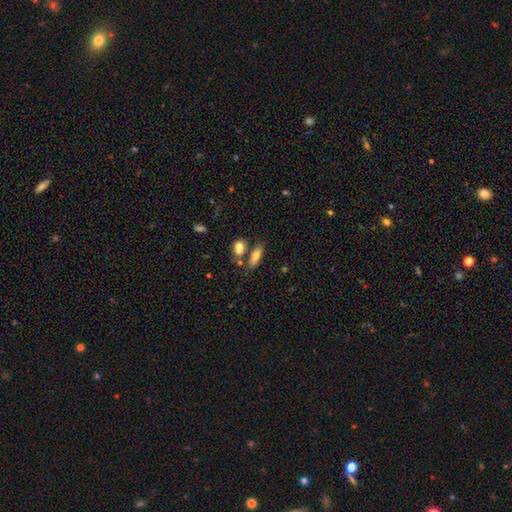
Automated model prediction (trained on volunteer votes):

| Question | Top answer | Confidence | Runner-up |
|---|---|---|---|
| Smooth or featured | smooth | 73% | featured or disk (19%) |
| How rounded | in between | 63% | cigar-shaped (33%) |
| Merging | none | 60% | merger (22%) |